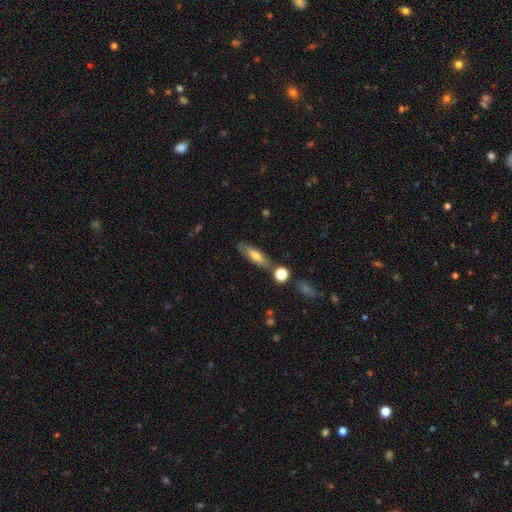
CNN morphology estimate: smooth 59%, featured or disk 34%, star or artifact 8%. Down the decision tree: how rounded — cigar-shaped (58%); merging — none (70%).